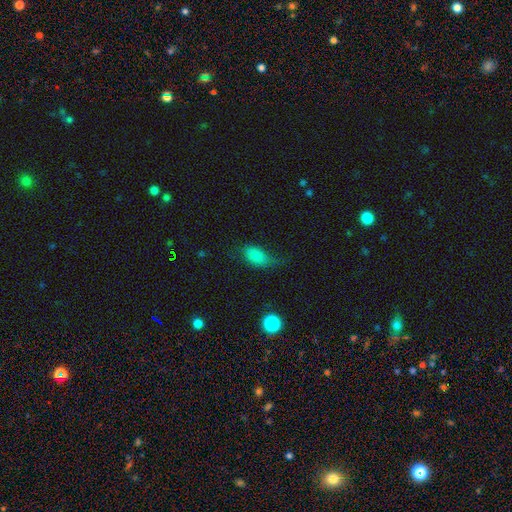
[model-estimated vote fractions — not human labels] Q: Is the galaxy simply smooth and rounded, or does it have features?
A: smooth — 80%.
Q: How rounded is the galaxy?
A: in between — 89%.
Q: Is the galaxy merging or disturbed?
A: none — 47%.